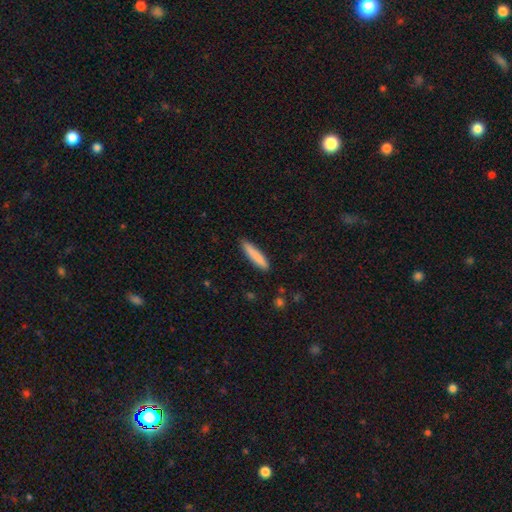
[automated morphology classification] smooth-or-featured: smooth: 84% | featured or disk: 10% | star or artifact: 6%
  how-rounded: cigar-shaped: 89% | in between: 9% | round: 1%
  merging: none: 88% | minor disturbance: 9% | major disturbance: 2% | merger: 1%